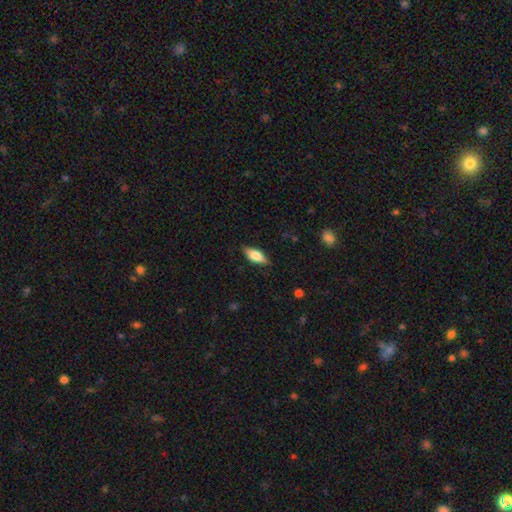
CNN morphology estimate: This is likely a smooth galaxy (60%). How rounded: likely in between (70%). Merging: clearly none (84%).